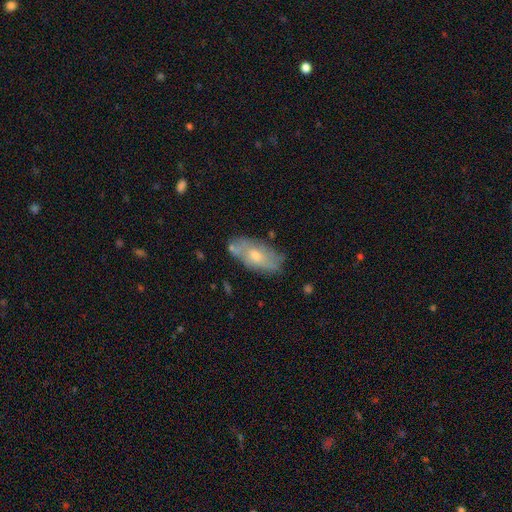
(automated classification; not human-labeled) This is possibly a smooth galaxy (49%). Merging: likely none (68%).